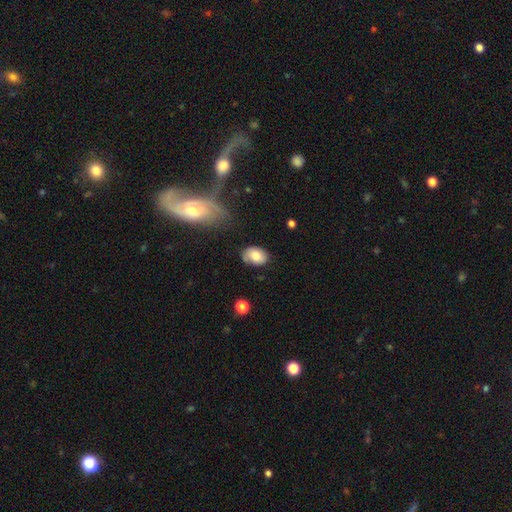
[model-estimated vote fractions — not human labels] smooth-or-featured: smooth: 77% | featured or disk: 15% | star or artifact: 8%
  how-rounded: in between: 82% | round: 17% | cigar-shaped: 1%
  merging: none: 68% | minor disturbance: 23% | major disturbance: 5% | merger: 3%